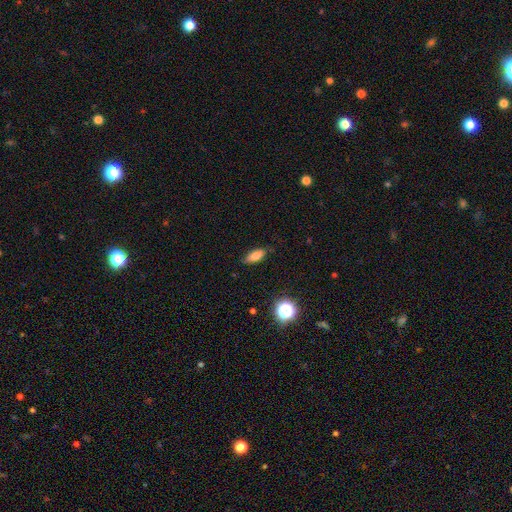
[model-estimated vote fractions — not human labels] Smooth or featured? Predicted: smooth (p=0.77). How rounded? Predicted: in between (p=0.78). Merging? Predicted: none (p=0.82).